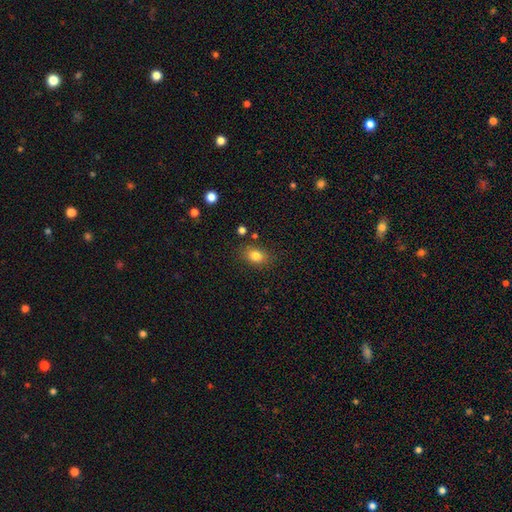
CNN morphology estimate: This is clearly a smooth galaxy (81%). How rounded: likely in between (70%). Merging: clearly none (82%).